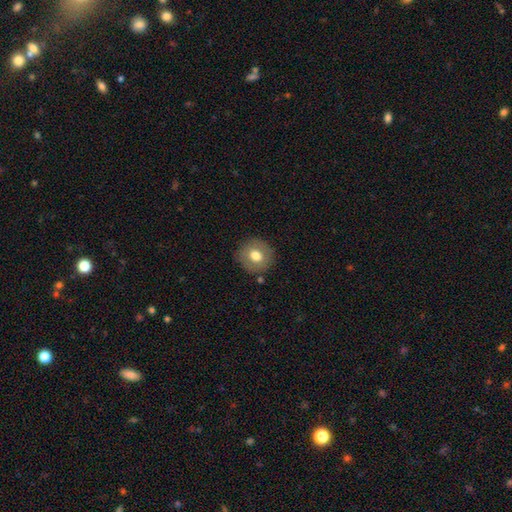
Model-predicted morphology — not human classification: type=smooth (71%); roundness=round (88%); merging=none (86%).